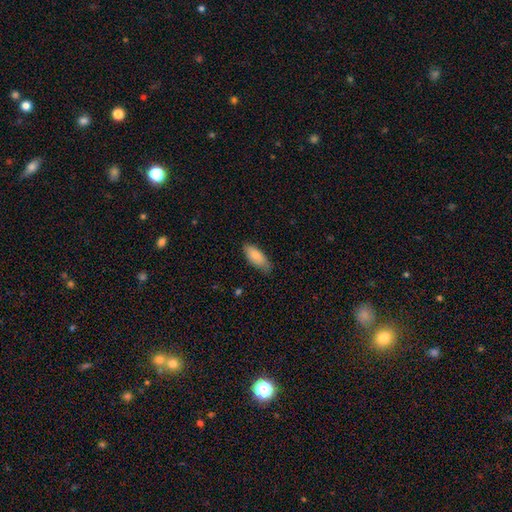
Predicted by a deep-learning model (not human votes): Smooth or featured? Predicted: smooth (p=0.81). How rounded? Predicted: in between (p=0.81). Merging? Predicted: none (p=0.74).